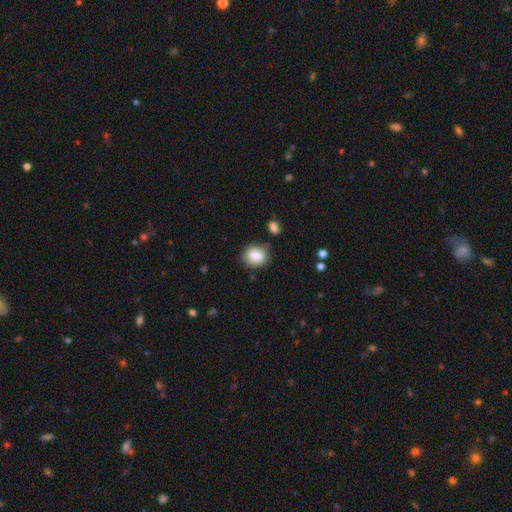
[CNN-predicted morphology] Smooth or featured: smooth — 85% (star or artifact — 8%)
How rounded: round — 56% (in between — 43%)
Merging: none — 77% (minor disturbance — 14%)